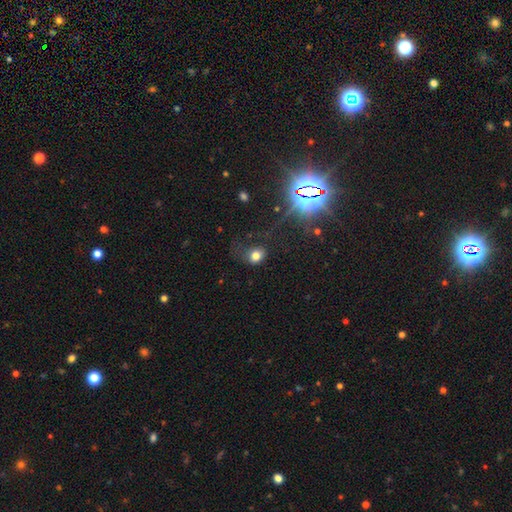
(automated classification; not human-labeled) Smooth or featured? Predicted: smooth (p=0.72). How rounded? Predicted: round (p=0.52). Merging? Predicted: none (p=0.53).